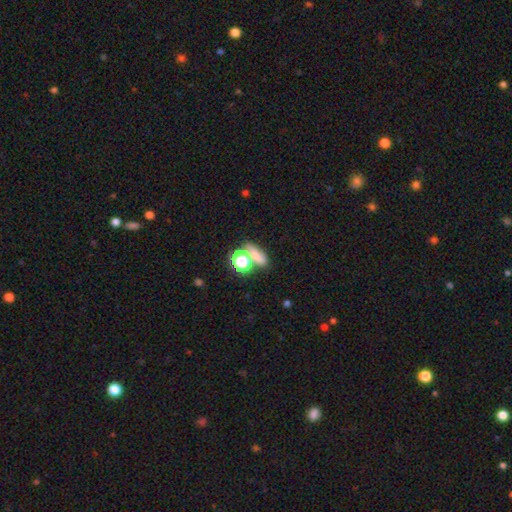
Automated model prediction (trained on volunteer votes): Overall: smooth (66%). How rounded: in between (46%; round 39%). Merging: none (47%; merger 34%).